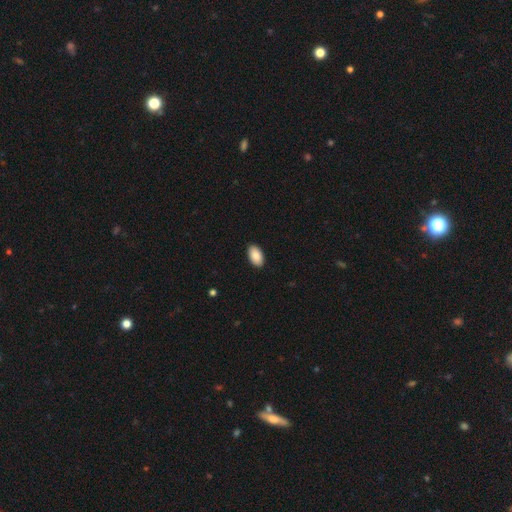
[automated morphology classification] Q: Smooth or featured?
A: smooth (89%); runner-up: star or artifact (6%)
Q: How rounded?
A: in between (95%); runner-up: round (3%)
Q: Merging?
A: none (90%); runner-up: minor disturbance (7%)